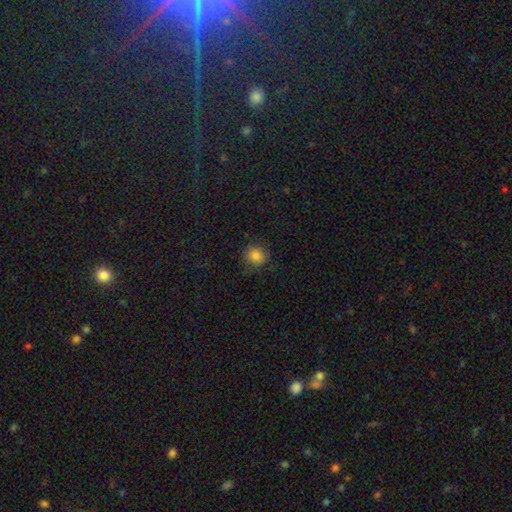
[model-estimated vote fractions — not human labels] This appears to be a smooth galaxy with no disk features (82%) that is round (89%). Merging: none (84%).